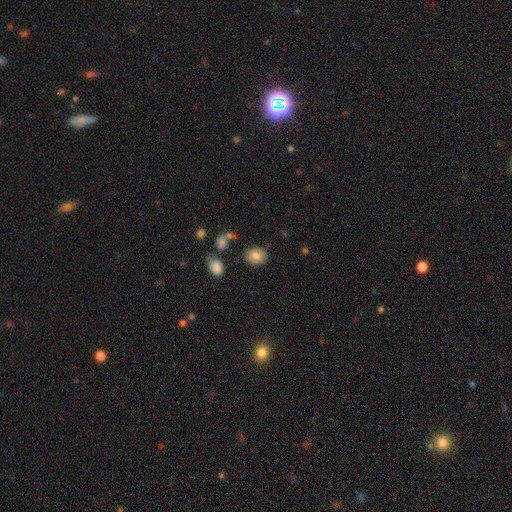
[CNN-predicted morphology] Overall: smooth (82%). How rounded: round (57%; in between 42%). Merging: none (80%).